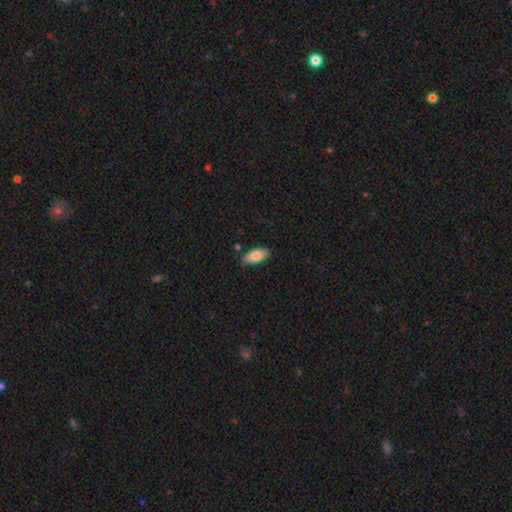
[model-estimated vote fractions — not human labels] The model was most divided on "merging": none: 79%, minor disturbance: 16%, major disturbance: 3%, merger: 2%. More confident: how rounded — in between (91%); smooth or featured — smooth (84%).